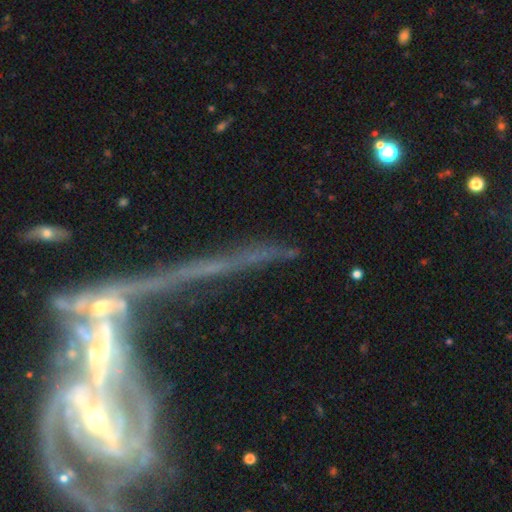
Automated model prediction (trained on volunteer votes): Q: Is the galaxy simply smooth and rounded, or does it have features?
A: featured or disk — 70%.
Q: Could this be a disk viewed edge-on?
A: no — 68%.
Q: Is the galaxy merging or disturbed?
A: merger — 39%.